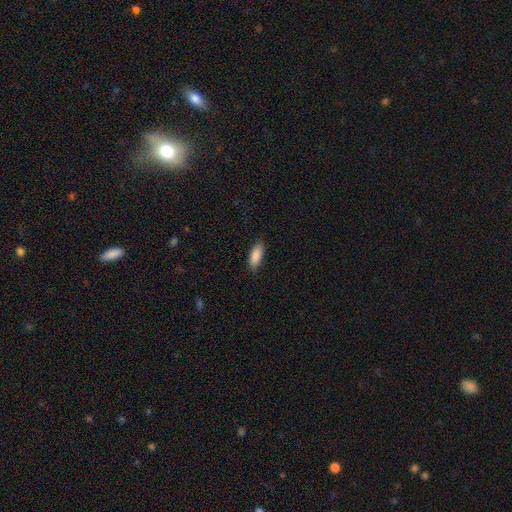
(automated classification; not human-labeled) Smooth or featured? smooth (88%)
How rounded? in between (73%)
Merging? none (86%)